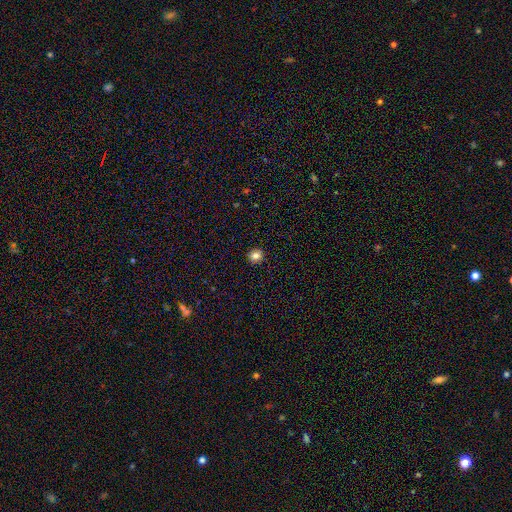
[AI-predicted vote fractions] Smooth or featured?
  - smooth: 81% *
  - star or artifact: 12%
  - featured or disk: 7%
How rounded?
  - round: 90% *
  - in between: 9%
  - cigar-shaped: 1%
Merging?
  - none: 92% *
  - minor disturbance: 5%
  - major disturbance: 2%
  - merger: 1%